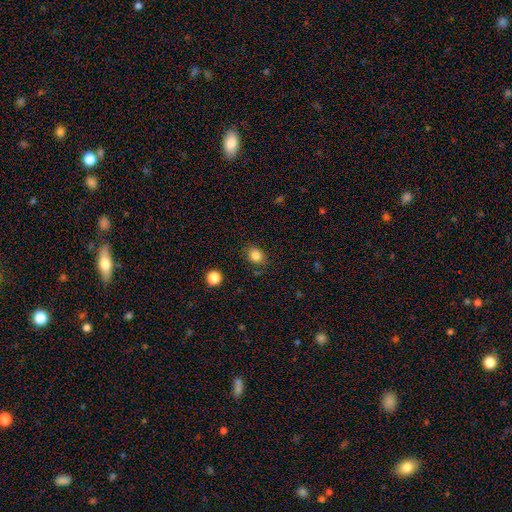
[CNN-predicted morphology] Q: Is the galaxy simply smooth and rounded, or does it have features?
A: smooth — 83%.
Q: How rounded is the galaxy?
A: in between — 51%.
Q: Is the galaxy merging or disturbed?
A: none — 80%.